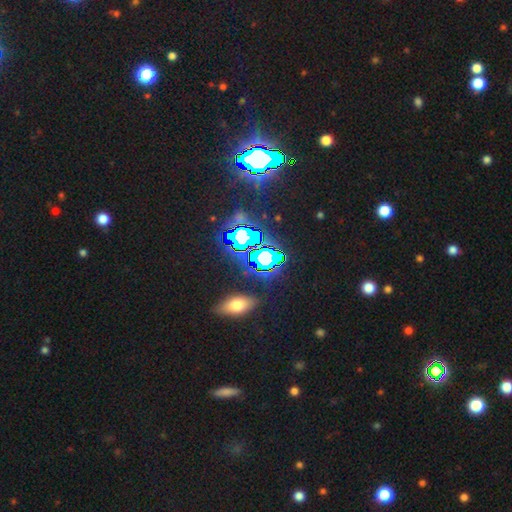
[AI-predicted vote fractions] This is likely a star or artifact rather than a galaxy (70%).